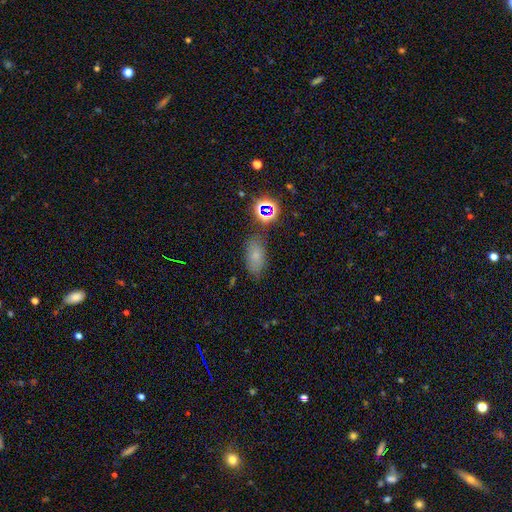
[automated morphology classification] This appears to be a smooth galaxy with no disk features (65%) that is in between round and cigar-shaped (86%). Merging: none (77%).